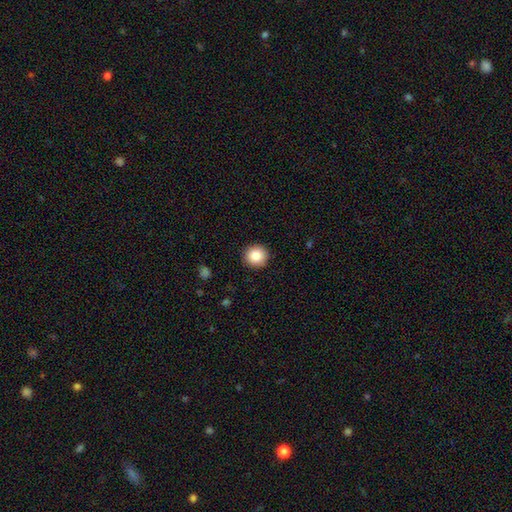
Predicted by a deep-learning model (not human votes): A smooth galaxy with no disk features (85%) that is round (92%).

Vote fractions:
- Smooth or featured? smooth: 85% / star or artifact: 9% / featured or disk: 6%
- How rounded? round: 92% / in between: 7% / cigar-shaped: 1%
- Merging? none: 92% / minor disturbance: 5% / major disturbance: 2% / merger: 1%